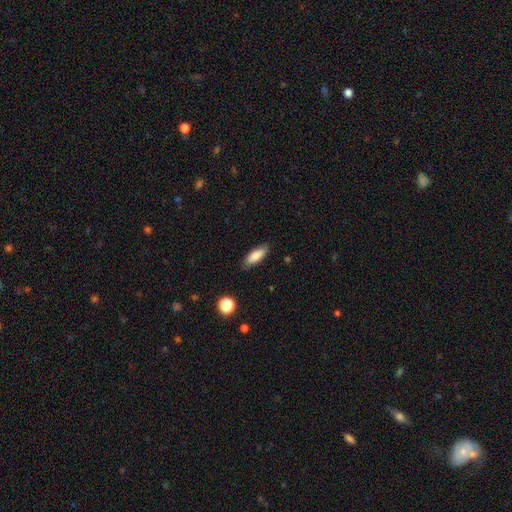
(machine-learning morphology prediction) A smooth galaxy with no disk features (82%) that is in between round and cigar-shaped (71%). Merging: none (83%).